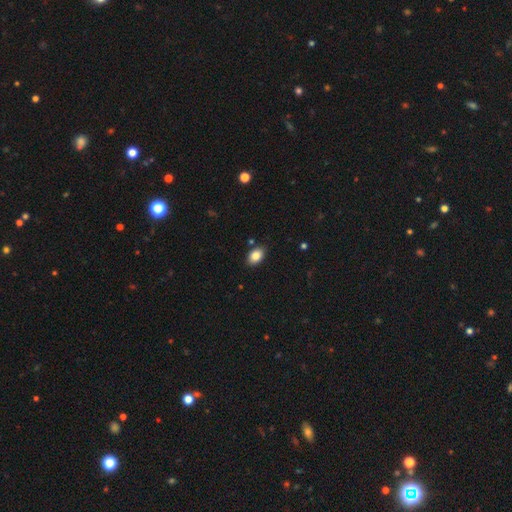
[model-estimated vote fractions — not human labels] Overall: smooth (84%). How rounded: in between (87%). Merging: none (86%).